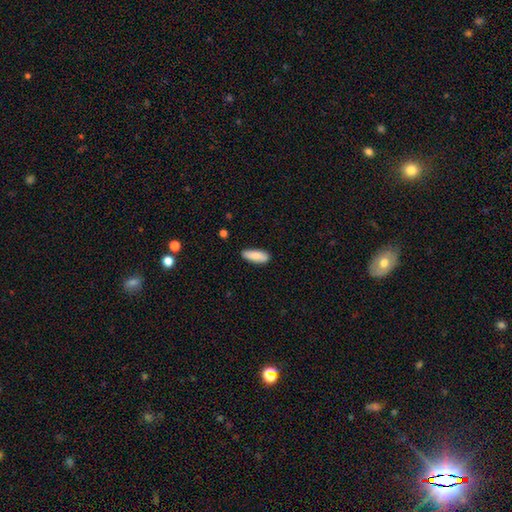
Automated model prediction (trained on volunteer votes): Morphology: type=smooth (85%); roundness=in between (68%); merging=none (83%).